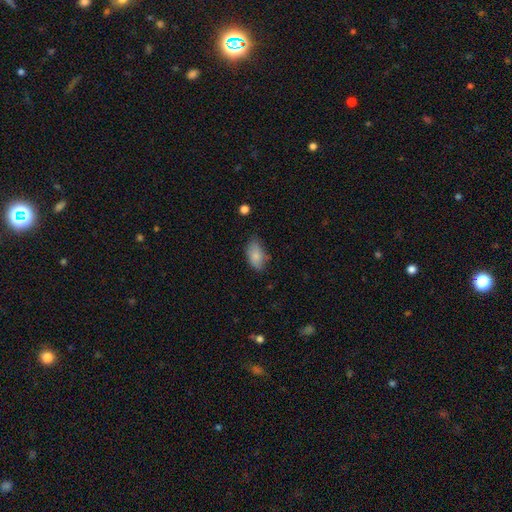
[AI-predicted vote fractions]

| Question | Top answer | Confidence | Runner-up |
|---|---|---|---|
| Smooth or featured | smooth | 82% | featured or disk (10%) |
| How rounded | in between | 91% | round (7%) |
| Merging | none | 62% | minor disturbance (30%) |